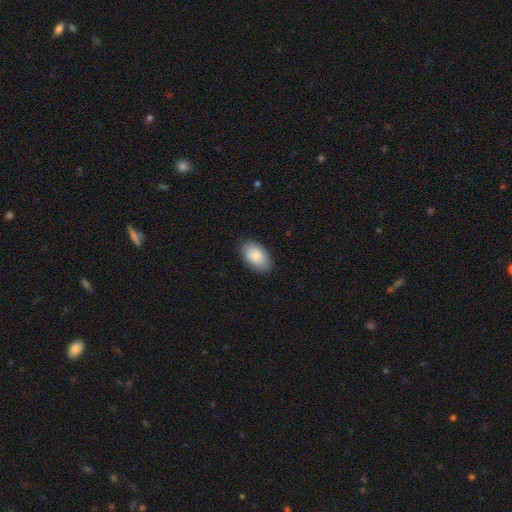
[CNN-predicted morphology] Smooth or featured? Predicted: smooth (p=0.84). How rounded? Predicted: in between (p=0.93). Merging? Predicted: none (p=0.86).